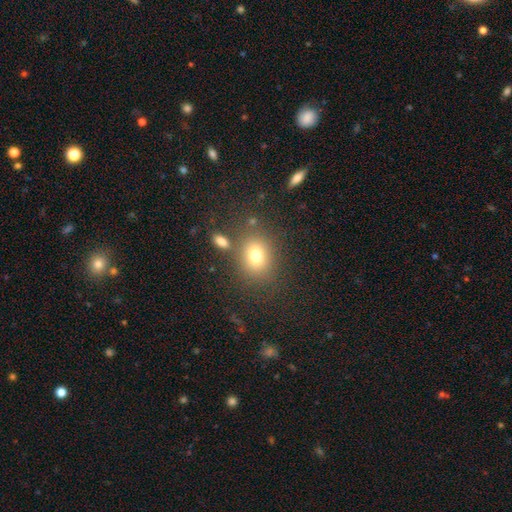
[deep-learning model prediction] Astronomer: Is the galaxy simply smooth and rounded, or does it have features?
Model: smooth — 75%.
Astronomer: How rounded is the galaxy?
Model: round — 50% (runner-up: in between, 48%).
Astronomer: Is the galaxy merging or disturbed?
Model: none — 75%.